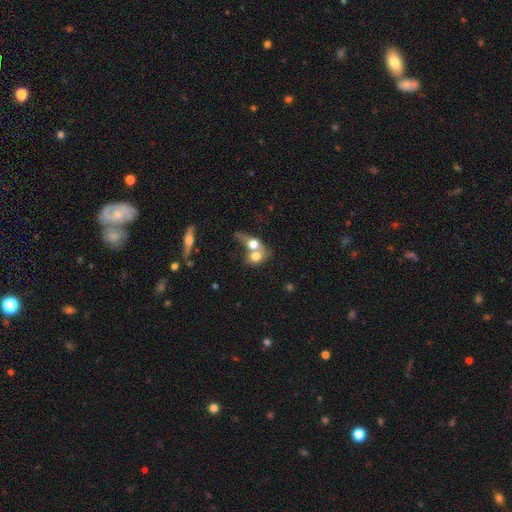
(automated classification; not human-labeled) smooth 65%, featured or disk 26%, star or artifact 10%. Down the decision tree: how rounded — round (51%); merging — merger (70%).